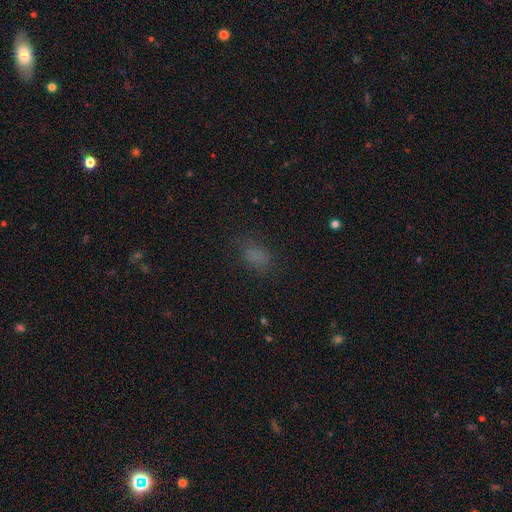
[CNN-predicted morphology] Q: Smooth or featured?
A: smooth (75%); runner-up: star or artifact (17%)
Q: How rounded?
A: in between (81%); runner-up: round (17%)
Q: Merging?
A: none (74%); runner-up: minor disturbance (16%)